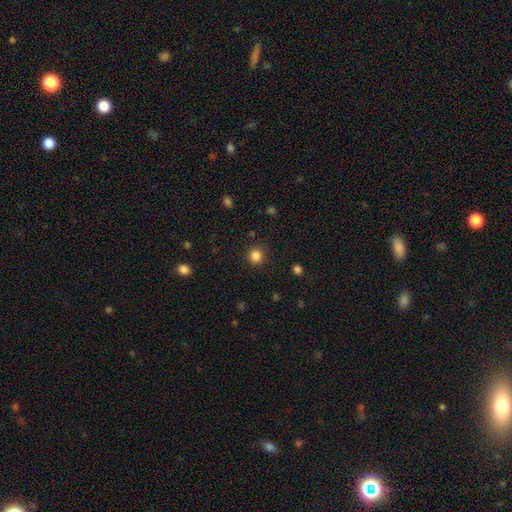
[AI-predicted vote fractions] Smooth or featured?
  - smooth: 84% *
  - star or artifact: 12%
  - featured or disk: 4%
How rounded?
  - round: 93% *
  - in between: 6%
  - cigar-shaped: 1%
Merging?
  - none: 90% *
  - minor disturbance: 7%
  - major disturbance: 2%
  - merger: 1%